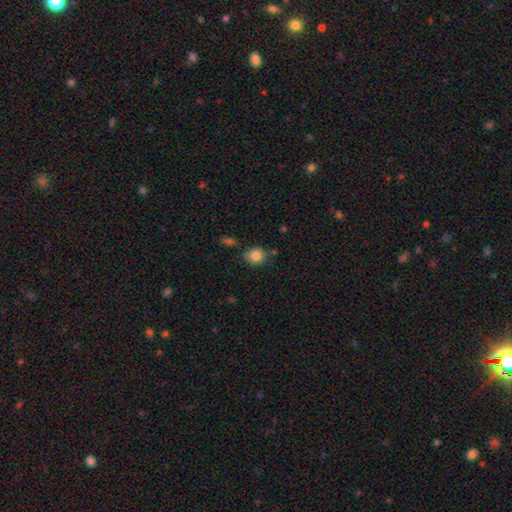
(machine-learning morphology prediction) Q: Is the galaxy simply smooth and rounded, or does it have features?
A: smooth — 84%.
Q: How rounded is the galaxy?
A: round — 73%.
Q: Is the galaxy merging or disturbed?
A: none — 73%.